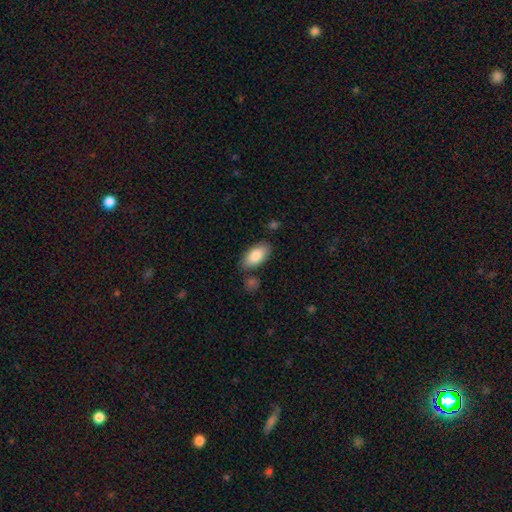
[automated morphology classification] This appears to be a smooth galaxy with no disk features (86%) that is in between round and cigar-shaped (94%). Merging: none (78%).